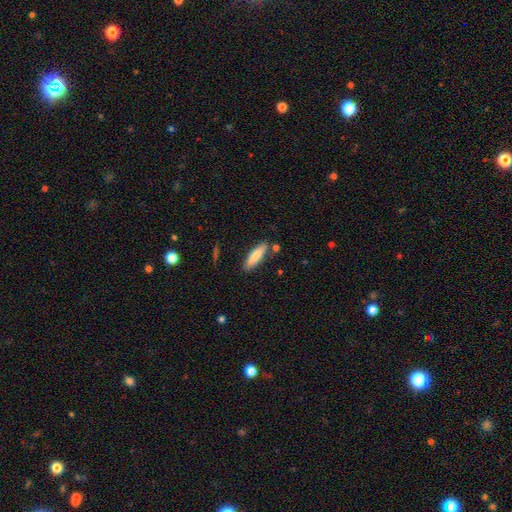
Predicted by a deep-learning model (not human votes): smooth 79%, featured or disk 15%, star or artifact 6%. Down the decision tree: how rounded — cigar-shaped (67%); merging — none (82%).